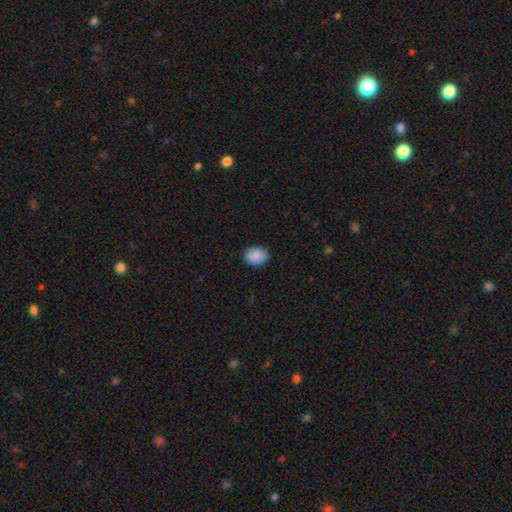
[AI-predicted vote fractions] The model was most divided on "how rounded": in between: 62%, round: 38%, cigar-shaped: 1%. More confident: smooth or featured — smooth (89%); merging — none (89%).